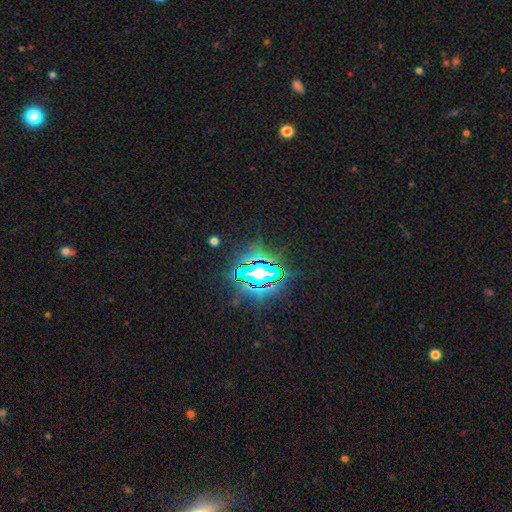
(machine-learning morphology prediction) Smooth or featured? Predicted: star or artifact (p=0.84).